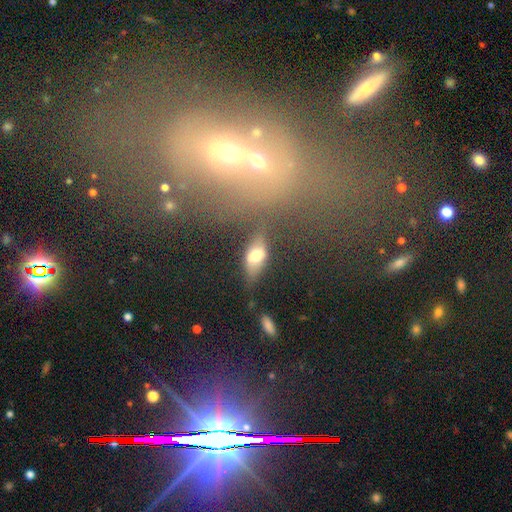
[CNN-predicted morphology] Smooth or featured: smooth — 59% (featured or disk — 31%)
How rounded: in between — 79% (cigar-shaped — 14%)
Merging: none — 59% (minor disturbance — 23%)